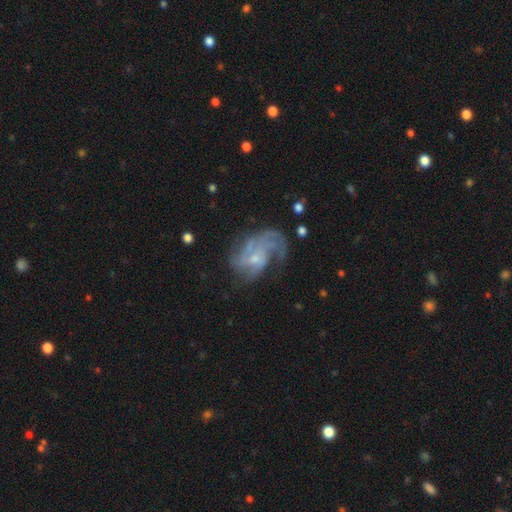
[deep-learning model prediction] Q: Smooth or featured?
A: featured or disk (80%); runner-up: smooth (12%)
Q: Edge-on disk?
A: no (97%); runner-up: yes (3%)
Q: Bar?
A: no (68%); runner-up: weak (28%)
Q: Spiral arms?
A: yes (90%); runner-up: no (10%)
Q: Spiral winding?
A: medium (42%); runner-up: tight (30%)
Q: Spiral arm count?
A: can't tell (29%); runner-up: 3 (26%)
Q: Bulge size?
A: small (67%); runner-up: moderate (24%)
Q: Merging?
A: none (44%); runner-up: major disturbance (32%)